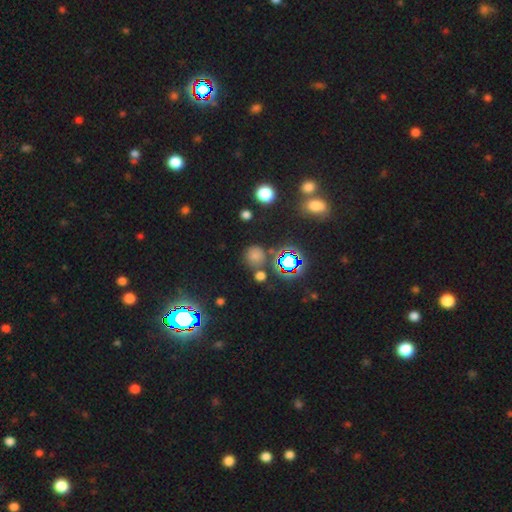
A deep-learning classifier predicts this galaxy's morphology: This appears to be a smooth galaxy with no disk features (60%) that is round (88%). Merging: none (74%).